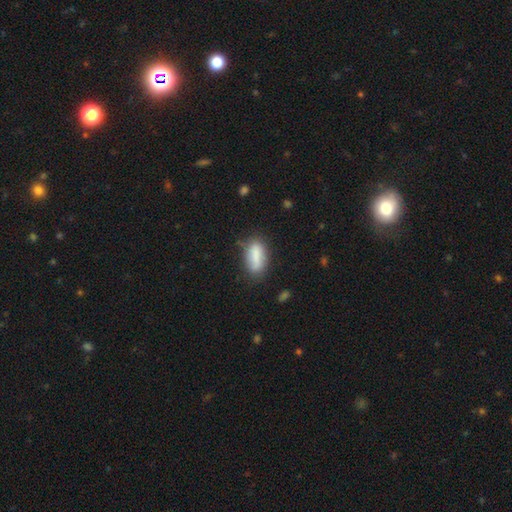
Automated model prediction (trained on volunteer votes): smooth-or-featured: smooth: 79% | featured or disk: 14% | star or artifact: 7%
  how-rounded: in between: 79% | cigar-shaped: 17% | round: 3%
  merging: none: 68% | minor disturbance: 22% | major disturbance: 6% | merger: 4%